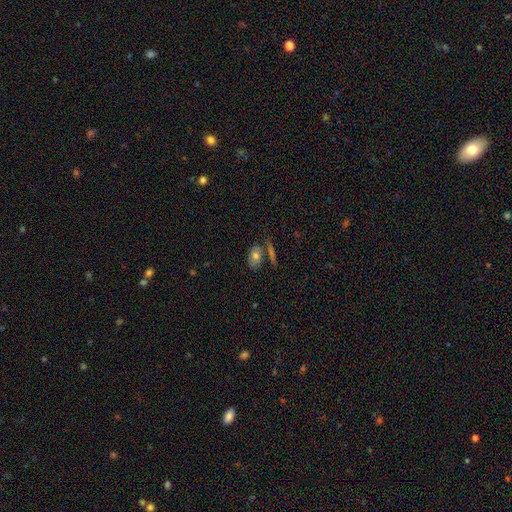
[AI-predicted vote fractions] Smooth or featured?
  - smooth: 68% *
  - featured or disk: 22%
  - star or artifact: 10%
How rounded?
  - in between: 85% *
  - round: 11%
  - cigar-shaped: 4%
Merging?
  - none: 59% *
  - merger: 18%
  - minor disturbance: 17%
  - major disturbance: 6%